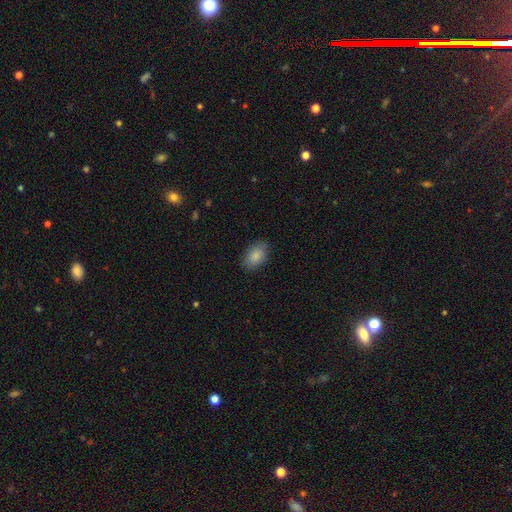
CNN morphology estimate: Smooth or featured? smooth (86%)
How rounded? in between (90%)
Merging? none (85%)